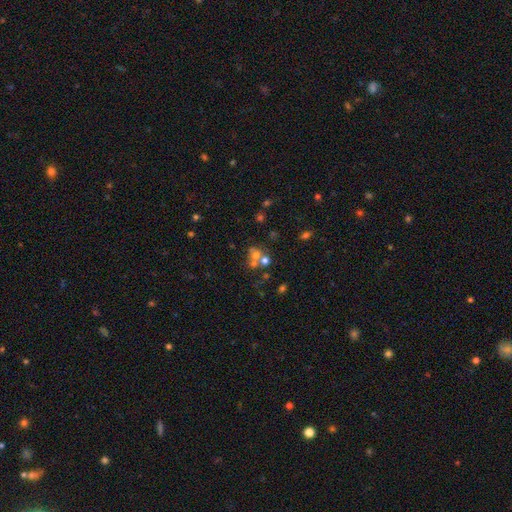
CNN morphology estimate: type=smooth (52%); roundness=round (77%); merging=merger (48%).